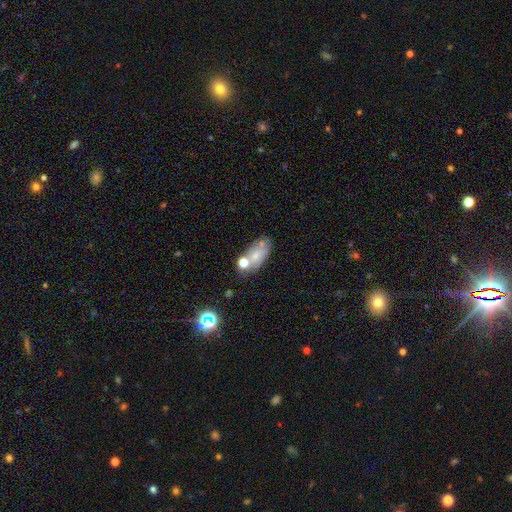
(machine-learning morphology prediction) Smooth or featured?
  - smooth: 63% *
  - featured or disk: 26%
  - star or artifact: 11%
How rounded?
  - in between: 87% *
  - round: 7%
  - cigar-shaped: 6%
Merging?
  - none: 54% *
  - merger: 20%
  - minor disturbance: 19%
  - major disturbance: 8%